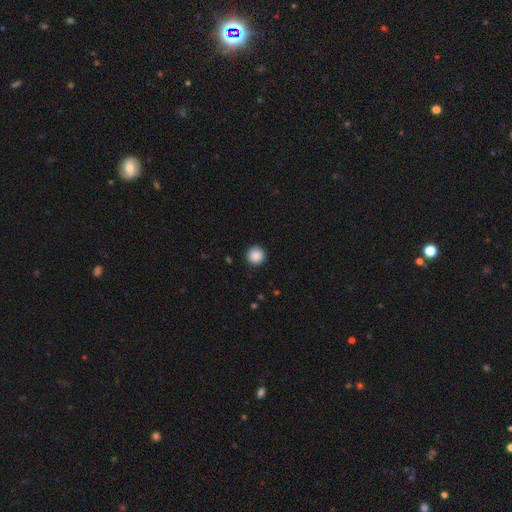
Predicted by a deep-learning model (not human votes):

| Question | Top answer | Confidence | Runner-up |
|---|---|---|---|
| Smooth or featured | smooth | 88% | star or artifact (9%) |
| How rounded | round | 96% | in between (3%) |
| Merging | none | 92% | minor disturbance (5%) |